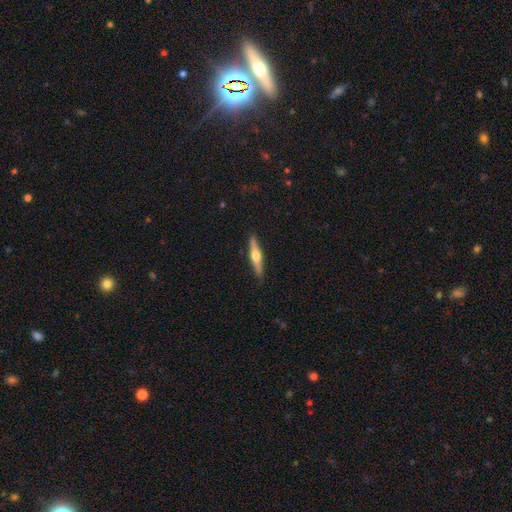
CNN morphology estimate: Smooth or featured?
  - featured or disk: 60% *
  - smooth: 35%
  - star or artifact: 5%
Edge-on disk?
  - yes: 96% *
  - no: 4%
Edge-on bulge?
  - rounded: 92% *
  - boxy: 4%
  - none: 3%
Merging?
  - none: 89% *
  - minor disturbance: 8%
  - major disturbance: 2%
  - merger: 1%